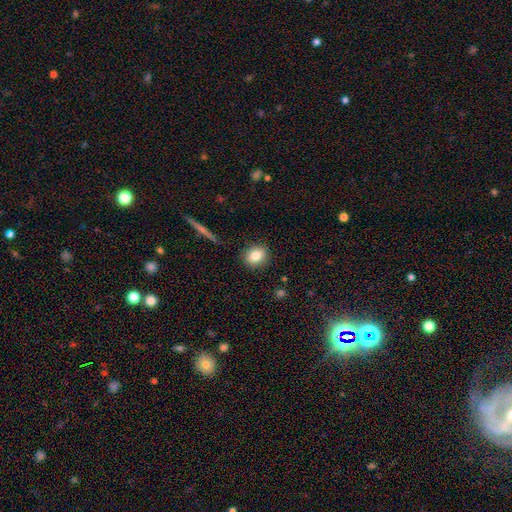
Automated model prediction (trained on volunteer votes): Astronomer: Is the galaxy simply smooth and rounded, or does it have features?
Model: smooth — 81%.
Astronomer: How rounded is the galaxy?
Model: round — 63%.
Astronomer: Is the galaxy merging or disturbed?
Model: none — 89%.